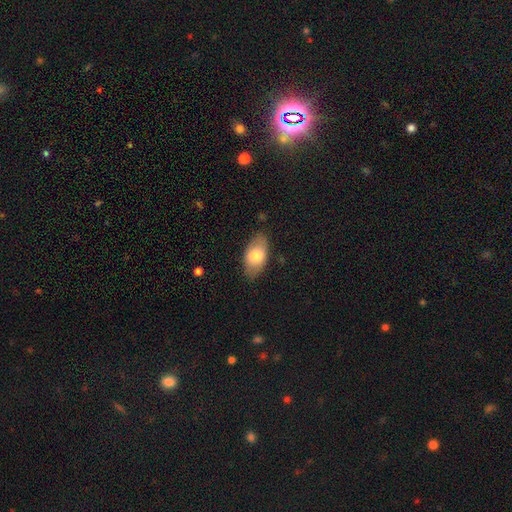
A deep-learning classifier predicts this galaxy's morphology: smooth 75%, featured or disk 19%, star or artifact 6%. Down the decision tree: how rounded — in between (93%); merging — none (80%).